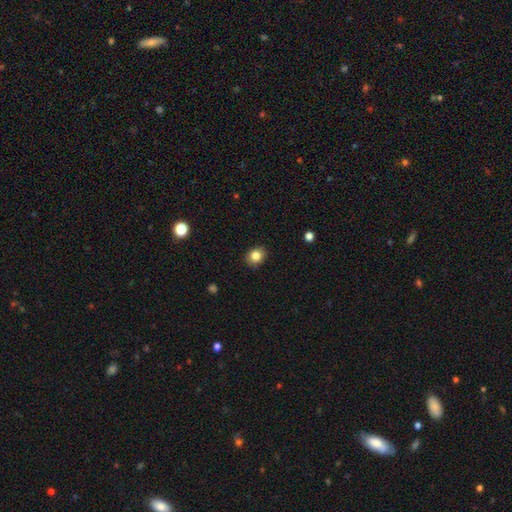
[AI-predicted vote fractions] smooth 84%, star or artifact 10%, featured or disk 6%. Down the decision tree: how rounded — round (59%); merging — none (88%).